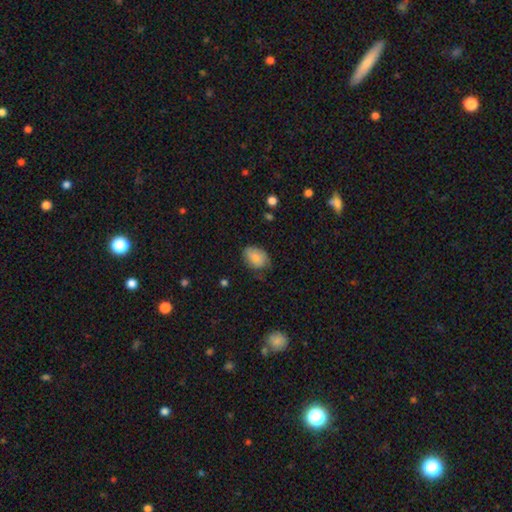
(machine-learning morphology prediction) This appears to be a smooth galaxy with no disk features (75%) that is in between round and cigar-shaped (75%). Merging: none (67%).